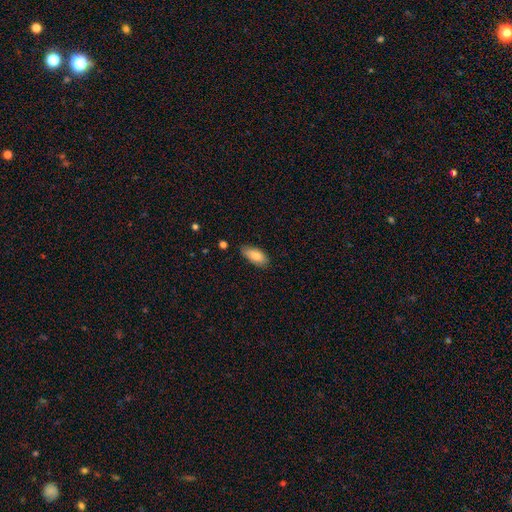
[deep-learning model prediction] smooth_or_featured: smooth (p=0.84) [alt: featured or disk p=0.10]
how_rounded: in between (p=0.88) [alt: cigar-shaped p=0.10]
merging: none (p=0.76) [alt: minor disturbance p=0.20]